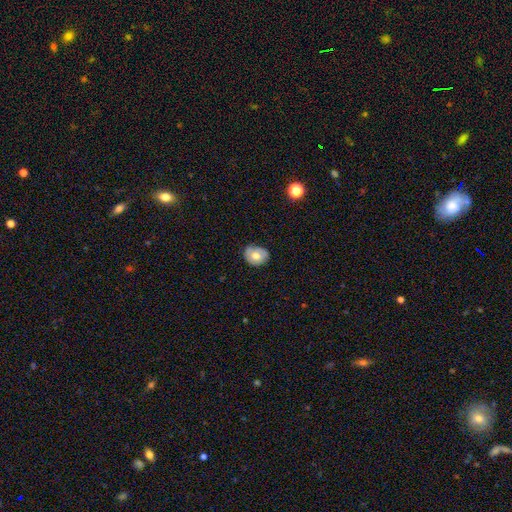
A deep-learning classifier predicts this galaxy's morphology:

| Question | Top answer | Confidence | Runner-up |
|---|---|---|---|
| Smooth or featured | smooth | 65% | featured or disk (27%) |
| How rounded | round | 58% | in between (41%) |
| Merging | none | 75% | minor disturbance (20%) |